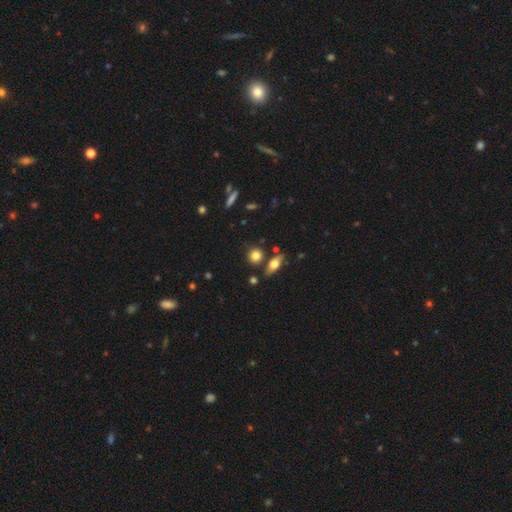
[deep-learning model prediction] Q: Smooth or featured?
A: smooth (80%); runner-up: star or artifact (10%)
Q: How rounded?
A: round (78%); runner-up: in between (19%)
Q: Merging?
A: none (75%); runner-up: minor disturbance (11%)